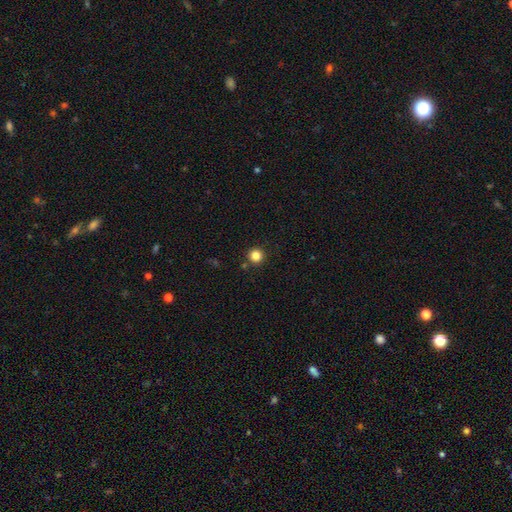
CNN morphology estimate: Smooth or featured? smooth (84%)
How rounded? round (95%)
Merging? none (90%)